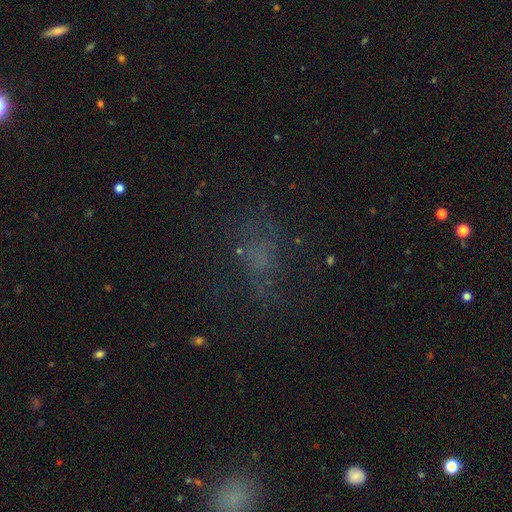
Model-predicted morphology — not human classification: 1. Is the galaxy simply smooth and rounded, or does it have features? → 42% smooth, 33% star or artifact, 26% featured or disk.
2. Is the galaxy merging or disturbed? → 54% none, 25% major disturbance, 18% minor disturbance, 3% merger.